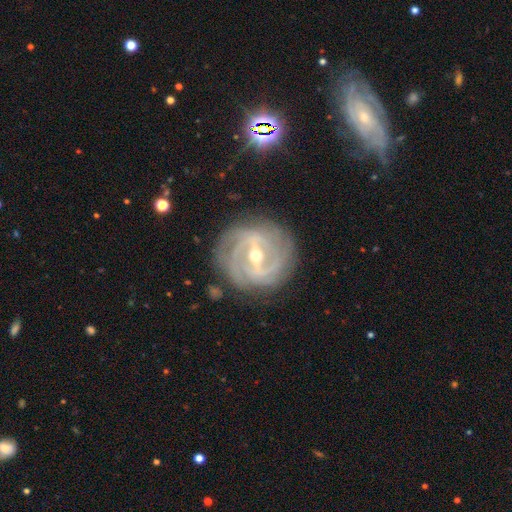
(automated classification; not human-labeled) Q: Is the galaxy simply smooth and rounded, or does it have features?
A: featured or disk — 89%.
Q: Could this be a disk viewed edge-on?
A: no — 96%.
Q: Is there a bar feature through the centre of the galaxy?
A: strong — 56%.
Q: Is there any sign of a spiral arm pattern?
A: yes — 95%.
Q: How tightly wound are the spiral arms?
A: tight — 65%.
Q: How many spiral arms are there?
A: can't tell — 25%, tied with 2.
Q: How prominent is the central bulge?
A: moderate — 53%.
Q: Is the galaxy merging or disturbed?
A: none — 82%.